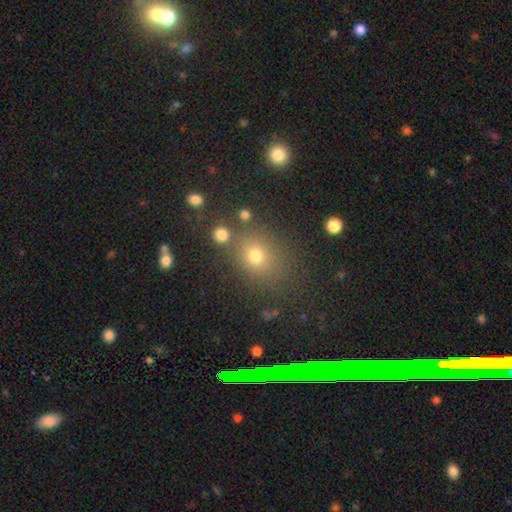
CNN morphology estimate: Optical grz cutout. It shows a smooth galaxy with no disk features (69%) that is round (65%). Merging: none (76%).